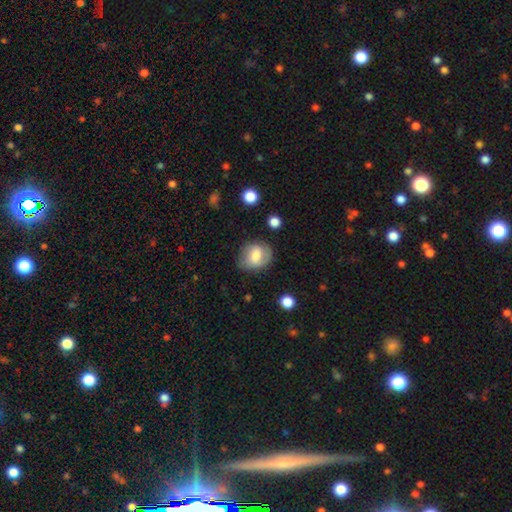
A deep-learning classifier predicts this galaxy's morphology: The model was most divided on "how rounded": round: 52%, in between: 47%, cigar-shaped: 1%. More confident: merging — none (70%); smooth or featured — smooth (62%).